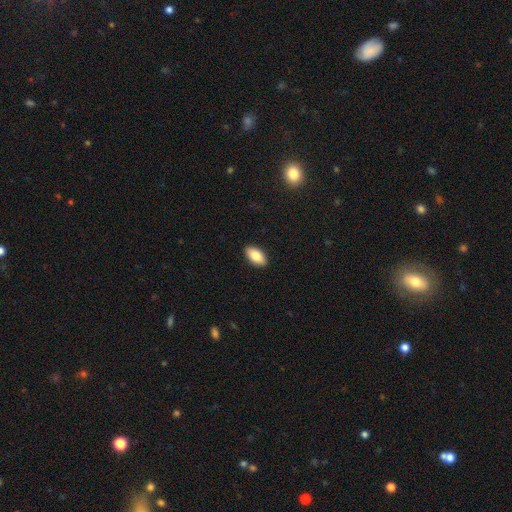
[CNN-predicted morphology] The model was most divided on "smooth or featured": smooth: 85%, featured or disk: 9%, star or artifact: 7%. More confident: how rounded — in between (93%); merging — none (90%).